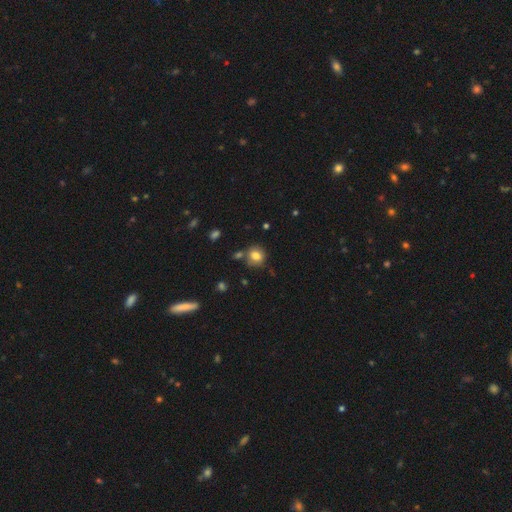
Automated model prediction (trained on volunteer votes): This is clearly a smooth galaxy (80%). How rounded: likely round (78%). Merging: likely none (70%).